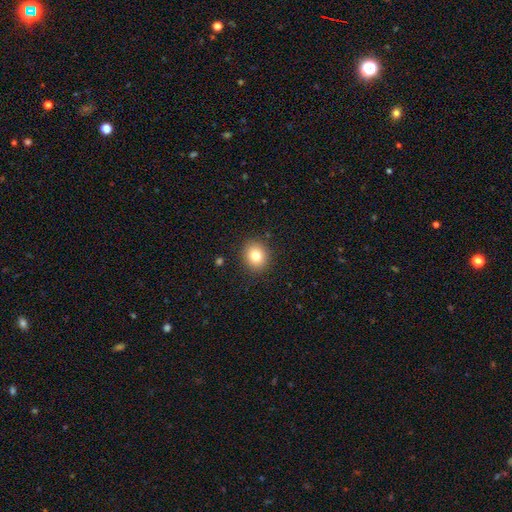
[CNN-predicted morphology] smooth_or_featured: smooth (p=0.79) [alt: star or artifact p=0.11]
how_rounded: round (p=0.74) [alt: in between p=0.25]
merging: none (p=0.89) [alt: minor disturbance p=0.07]